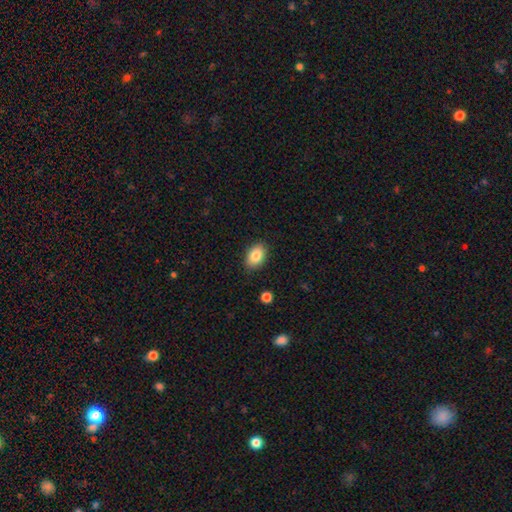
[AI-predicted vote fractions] smooth_or_featured: smooth (p=0.85) [alt: featured or disk p=0.08]
how_rounded: in between (p=0.88) [alt: round p=0.11]
merging: none (p=0.87) [alt: minor disturbance p=0.10]